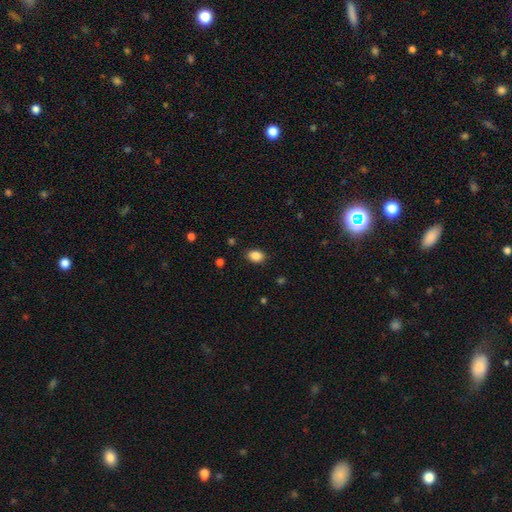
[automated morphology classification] Smooth or featured? smooth (87%)
How rounded? in between (77%)
Merging? none (86%)